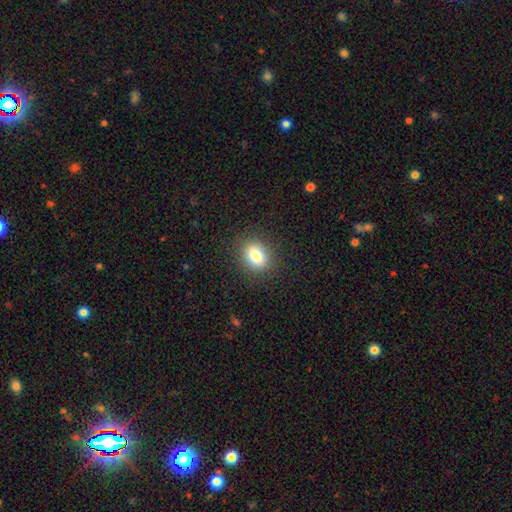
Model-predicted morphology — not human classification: smooth 81%, star or artifact 11%, featured or disk 8%. Down the decision tree: how rounded — in between (50%); merging — none (88%).